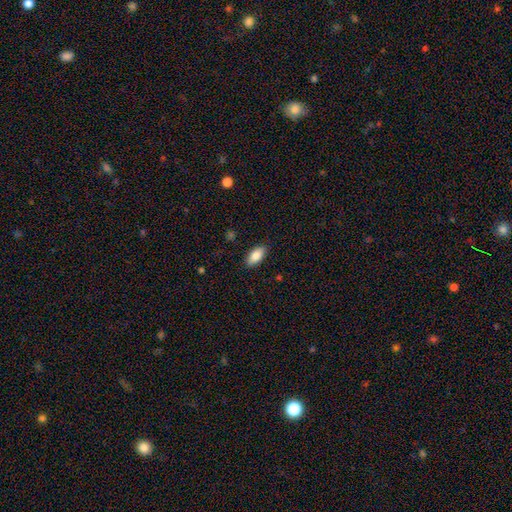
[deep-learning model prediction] Smooth or featured? smooth (84%)
How rounded? in between (89%)
Merging? none (88%)